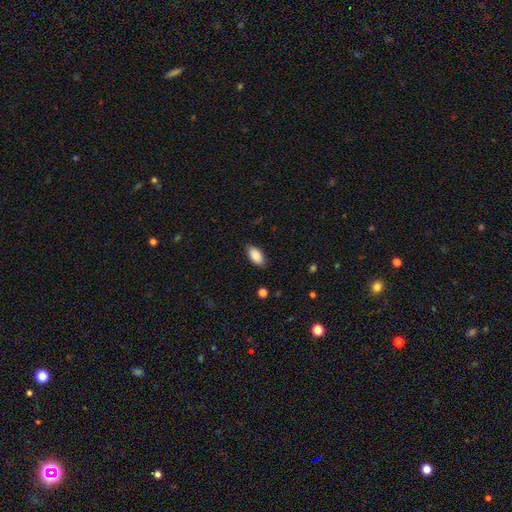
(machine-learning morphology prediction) Smooth or featured? smooth (88%)
How rounded? in between (94%)
Merging? none (85%)